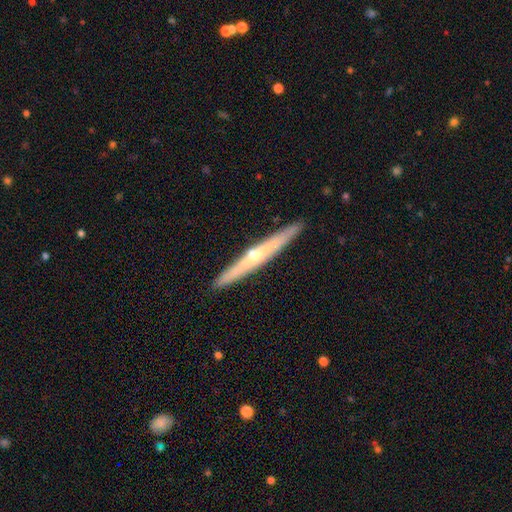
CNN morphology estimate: This is likely a featured or disk galaxy (64%). It is clearly viewed edge-on (96%). Edge-on bulge: likely rounded (72%). Merging: clearly none (90%).